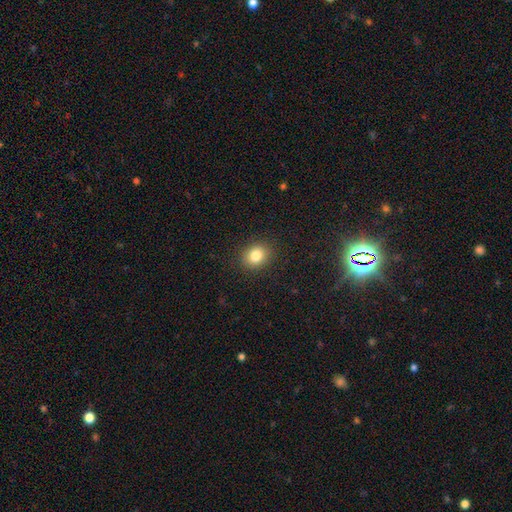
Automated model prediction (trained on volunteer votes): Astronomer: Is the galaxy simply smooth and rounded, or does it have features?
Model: smooth — 83%.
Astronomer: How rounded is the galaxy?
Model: round — 60% (runner-up: in between, 39%).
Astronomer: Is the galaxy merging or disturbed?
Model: none — 89%.